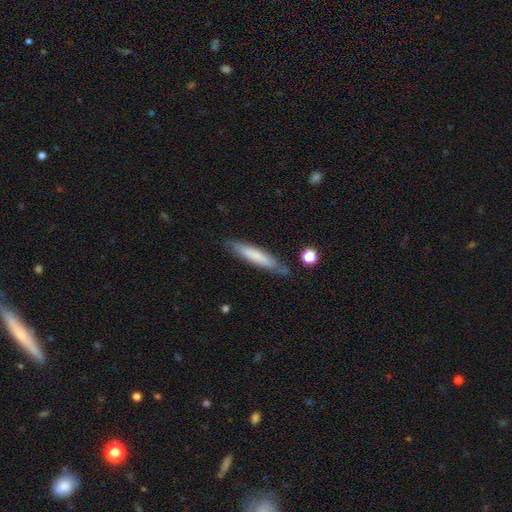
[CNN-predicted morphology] smooth 68%, featured or disk 26%, star or artifact 6%. Down the decision tree: how rounded — cigar-shaped (88%); merging — none (77%).